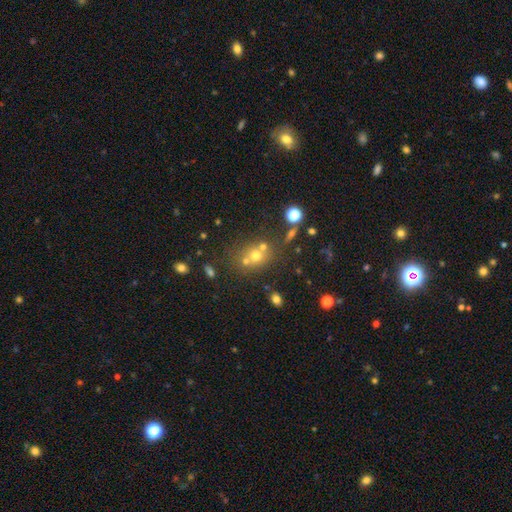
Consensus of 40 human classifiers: smooth 57%, featured or disk 30%, star or artifact 12%. Down the decision tree: how rounded — round (70%); merging — none (57%).